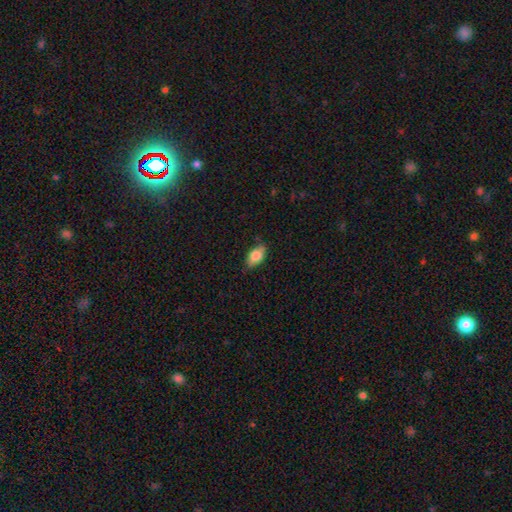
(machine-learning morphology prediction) This is likely a smooth galaxy (78%). How rounded: clearly in between (89%). Merging: likely none (76%).